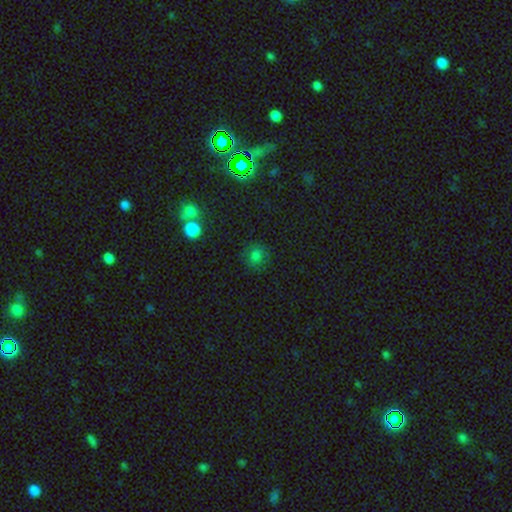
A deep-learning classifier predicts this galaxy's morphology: Smooth or featured? smooth (75%)
How rounded? round (85%)
Merging? none (79%)